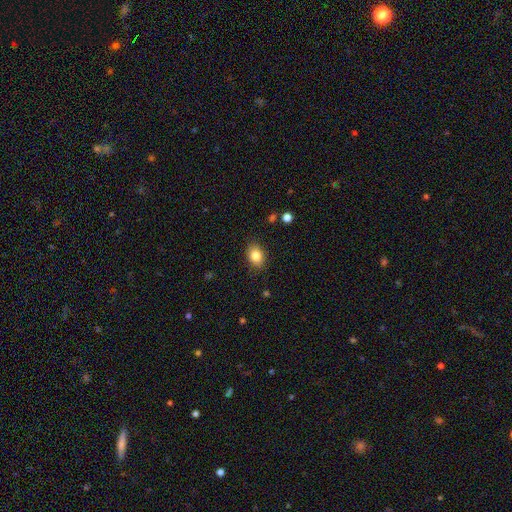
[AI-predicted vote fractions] smooth-or-featured: smooth: 83% | star or artifact: 9% | featured or disk: 8%
  how-rounded: in between: 72% | round: 27% | cigar-shaped: 1%
  merging: none: 86% | minor disturbance: 10% | major disturbance: 2% | merger: 1%